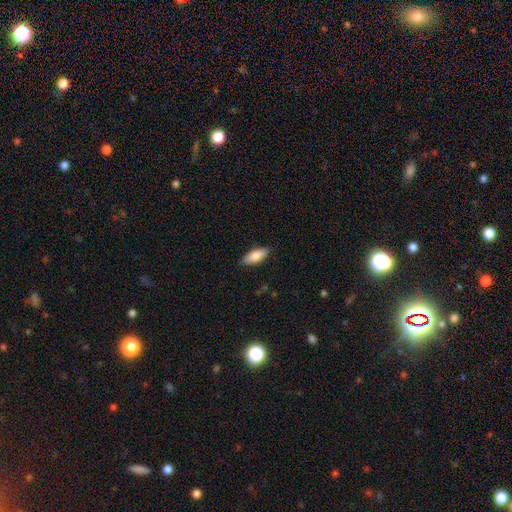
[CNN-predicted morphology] Overall: smooth (83%). How rounded: in between (80%). Merging: none (86%).